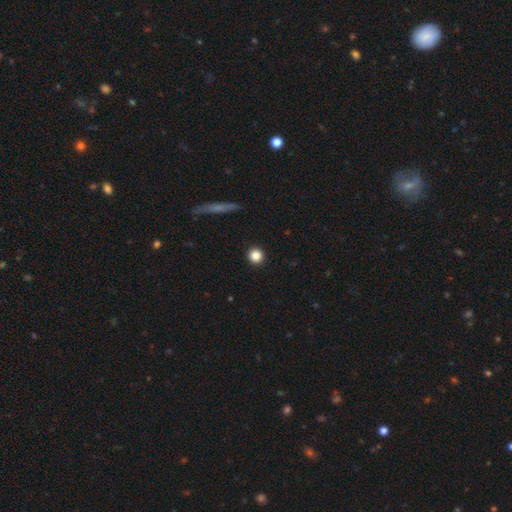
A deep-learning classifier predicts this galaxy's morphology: type=smooth (84%); roundness=round (95%); merging=none (93%).